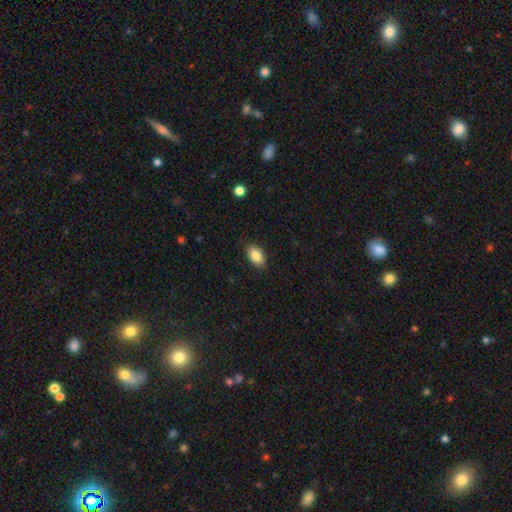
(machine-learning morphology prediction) smooth-or-featured: smooth: 86% | star or artifact: 8% | featured or disk: 6%
  how-rounded: in between: 90% | round: 8% | cigar-shaped: 2%
  merging: none: 85% | minor disturbance: 12% | major disturbance: 2% | merger: 1%